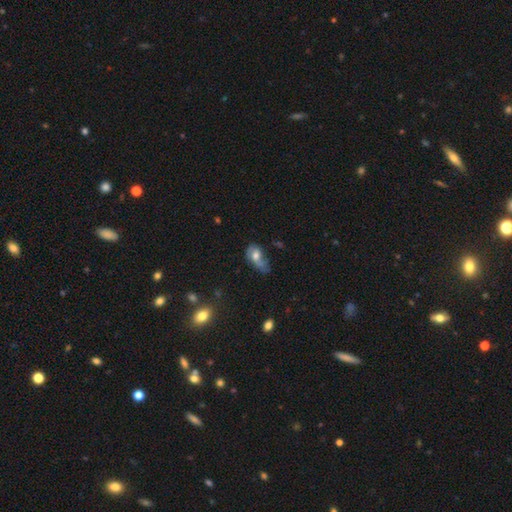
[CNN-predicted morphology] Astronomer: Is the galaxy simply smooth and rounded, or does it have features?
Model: smooth — 50% (runner-up: featured or disk, 41%).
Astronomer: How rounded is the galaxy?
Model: in between — 84%.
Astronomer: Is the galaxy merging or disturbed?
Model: major disturbance — 35% (runner-up: minor disturbance, 33%).